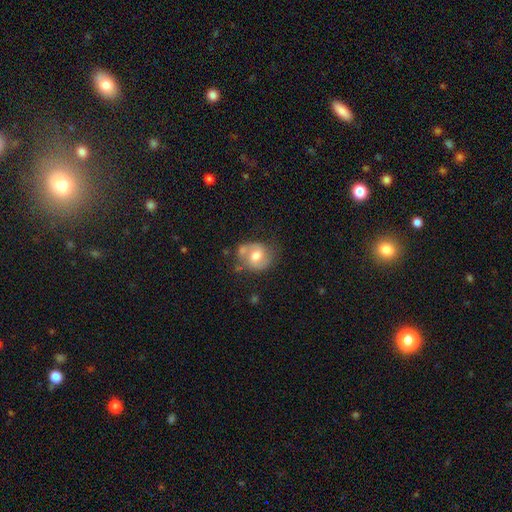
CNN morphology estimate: smooth-or-featured: featured or disk: 55% | smooth: 37% | star or artifact: 7%
  disk-edge-on: no: 97% | yes: 3%
    bar: no: 48% | weak: 41% | strong: 11%
    has-spiral-arms: yes: 78% | no: 22%
    bulge-size: moderate: 69% | large: 17% | small: 11% | none: 2% | dominant: 1%
  merging: none: 57% | minor disturbance: 23% | merger: 11% | major disturbance: 9%